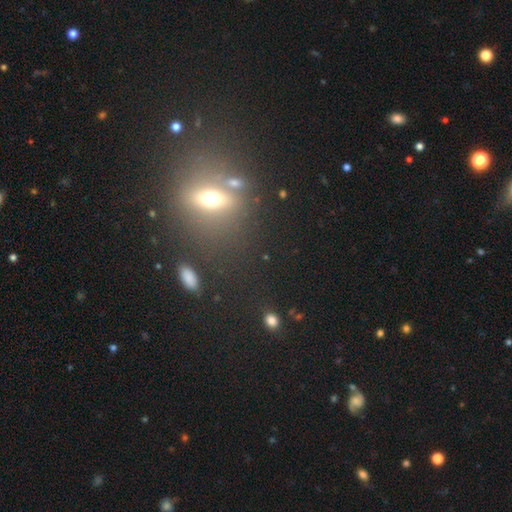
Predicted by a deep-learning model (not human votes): This is marginally a star or artifact rather than a galaxy (38%).